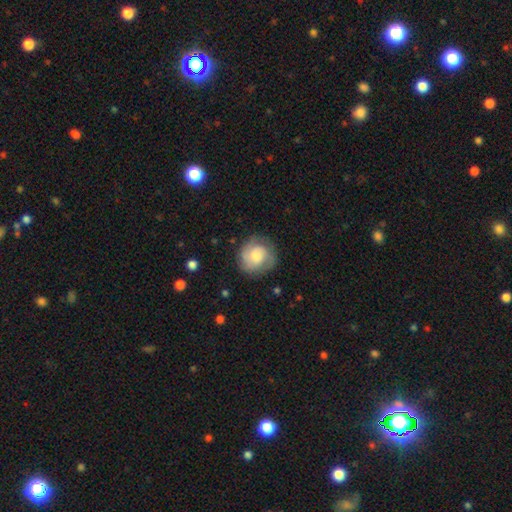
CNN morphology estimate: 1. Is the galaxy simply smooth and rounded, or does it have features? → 52% smooth, 41% featured or disk, 7% star or artifact.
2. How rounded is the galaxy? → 86% round, 13% in between, 1% cigar-shaped.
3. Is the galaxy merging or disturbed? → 76% none, 17% minor disturbance, 6% major disturbance, 1% merger.